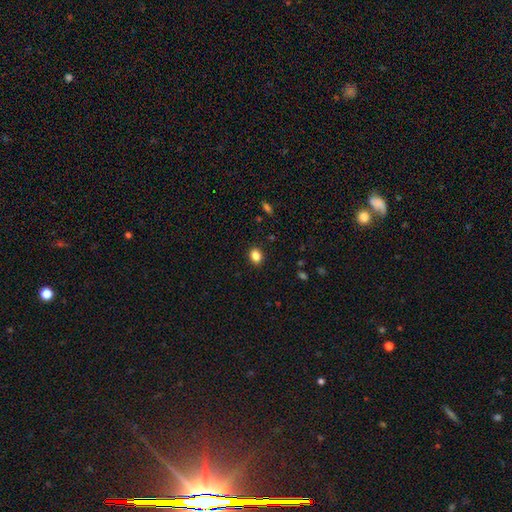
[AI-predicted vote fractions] A smooth galaxy with no disk features (85%) that is in between round and cigar-shaped (54%). Merging: none (90%).